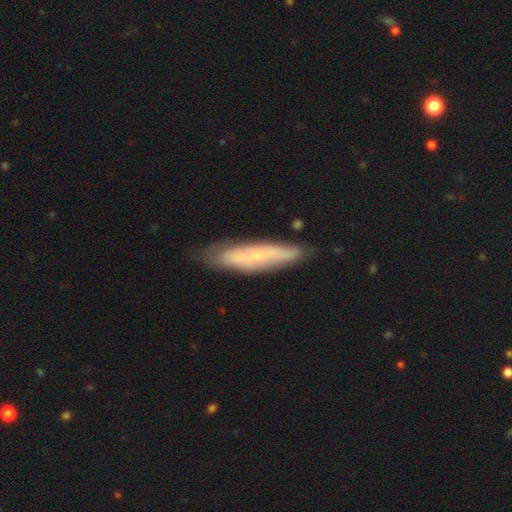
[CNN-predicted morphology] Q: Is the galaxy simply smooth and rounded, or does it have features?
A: featured or disk — 54%.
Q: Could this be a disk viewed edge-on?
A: yes — 51%.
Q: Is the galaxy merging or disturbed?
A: none — 77%.